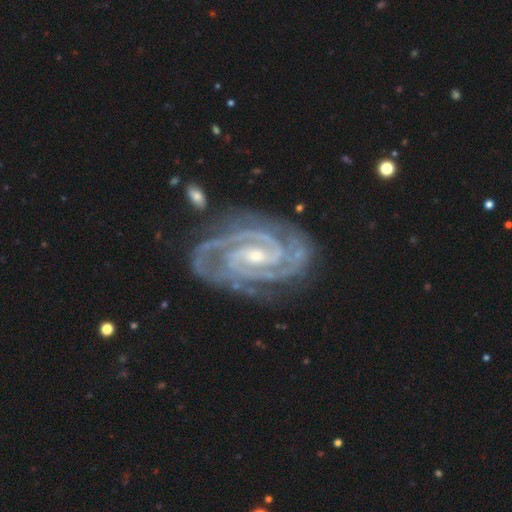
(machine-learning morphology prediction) Smooth or featured? Predicted: featured or disk (p=0.94). Edge-on disk? Predicted: no (p=0.97). Bar? Predicted: weak (p=0.41). Spiral arms? Predicted: yes (p=0.99). Spiral winding? Predicted: tight (p=0.76). Spiral arm count? Predicted: 2 (p=0.61). Bulge size? Predicted: small (p=0.63). Merging? Predicted: none (p=0.77).